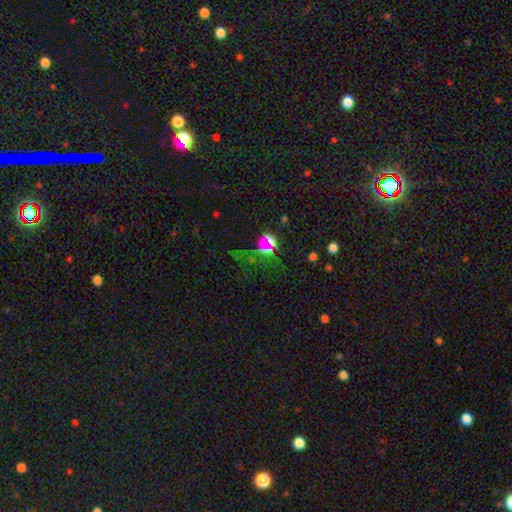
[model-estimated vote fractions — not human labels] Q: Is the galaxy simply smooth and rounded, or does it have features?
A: star or artifact — 63%.